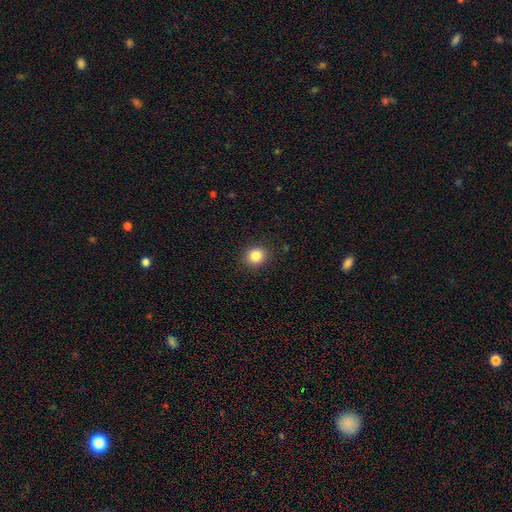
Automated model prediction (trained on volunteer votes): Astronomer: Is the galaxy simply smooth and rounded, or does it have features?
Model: smooth — 85%.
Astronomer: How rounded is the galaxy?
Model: round — 84%.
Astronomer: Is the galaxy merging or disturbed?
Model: none — 90%.